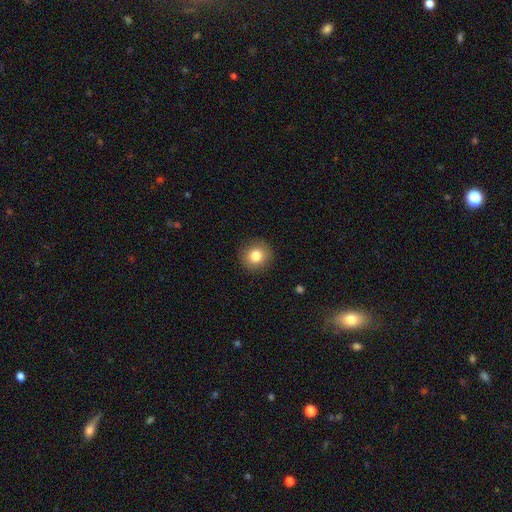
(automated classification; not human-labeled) smooth_or_featured: smooth (p=0.81) [alt: star or artifact p=0.10]
how_rounded: round (p=0.92) [alt: in between p=0.07]
merging: none (p=0.90) [alt: minor disturbance p=0.06]